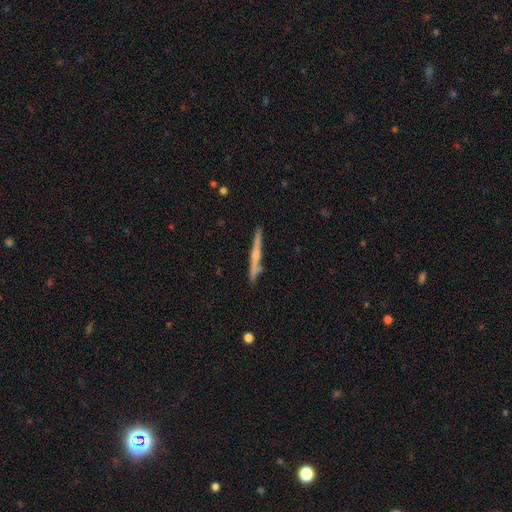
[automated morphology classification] Q: Smooth or featured?
A: featured or disk (67%); runner-up: smooth (27%)
Q: Edge-on disk?
A: yes (97%); runner-up: no (3%)
Q: Edge-on bulge?
A: rounded (71%); runner-up: none (23%)
Q: Merging?
A: none (86%); runner-up: minor disturbance (10%)